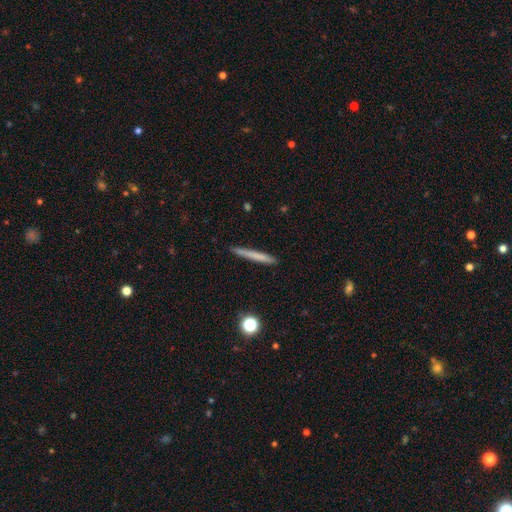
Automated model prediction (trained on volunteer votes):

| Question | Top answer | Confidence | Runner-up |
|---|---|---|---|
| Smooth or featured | smooth | 68% | featured or disk (25%) |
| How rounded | cigar-shaped | 96% | in between (2%) |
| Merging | none | 89% | minor disturbance (8%) |